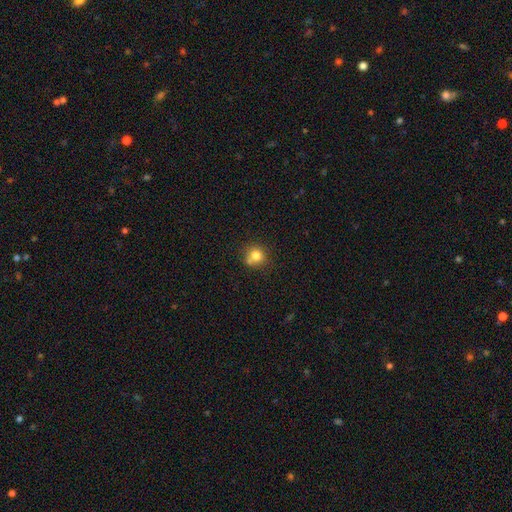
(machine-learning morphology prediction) This is likely a smooth galaxy (78%). How rounded: clearly round (87%). Merging: likely none (61%).